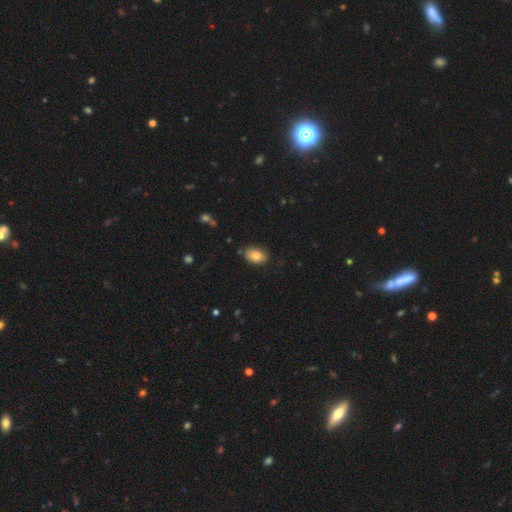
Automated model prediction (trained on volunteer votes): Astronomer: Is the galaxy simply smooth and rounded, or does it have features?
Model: smooth — 84%.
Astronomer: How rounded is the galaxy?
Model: in between — 90%.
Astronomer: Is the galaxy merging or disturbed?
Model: none — 80%.